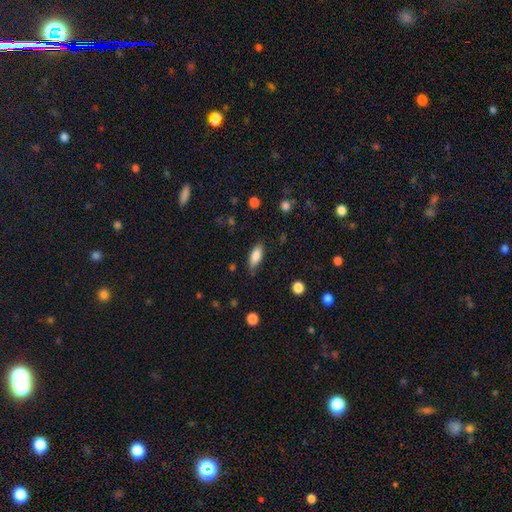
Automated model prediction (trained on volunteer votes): Smooth or featured? Predicted: smooth (p=0.83). How rounded? Predicted: in between (p=0.79). Merging? Predicted: none (p=0.78).